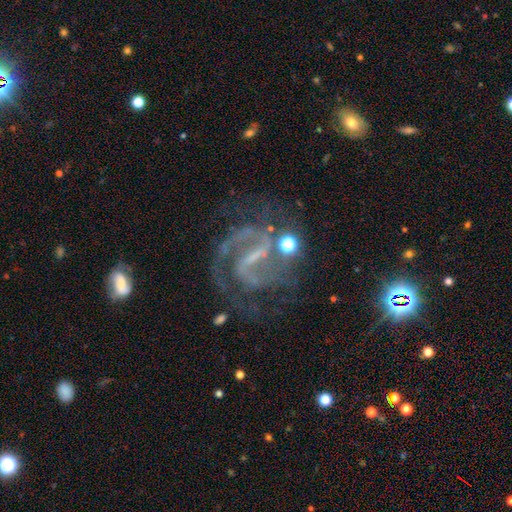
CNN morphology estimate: A featured or disk galaxy (87%) with a strong bar (56%), 2 (82%) medium (55%) spiral arms (96%) and a small central bulge (46%).

Vote fractions:
- Smooth or featured? featured or disk: 87% / star or artifact: 9% / smooth: 4%
- Edge-on disk? no: 97% / yes: 3%
- Bar? strong: 56% / weak: 33% / no: 11%
- Spiral arms? yes: 96% / no: 4%
- Spiral winding? medium: 55% / tight: 28% / loose: 17%
- Spiral arm count? 2: 82% / can't tell: 6% / 3: 5% / 1: 4% / 4: 2% / more than 4: 2%
- Bulge size? small: 46% / none: 43% / moderate: 9% / large: 1% / dominant: 1%
- Merging? none: 62% / minor disturbance: 17% / major disturbance: 17% / merger: 5%